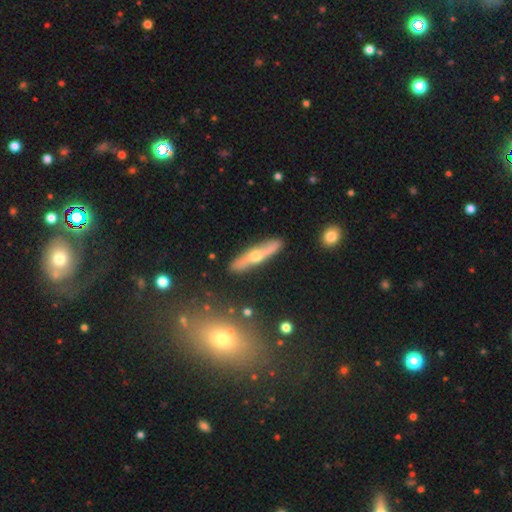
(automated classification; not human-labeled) Overall: featured or disk (66%; smooth 28%). Edge-on disk: yes (82%). Edge-on bulge: rounded (93%). Merging: none (85%).